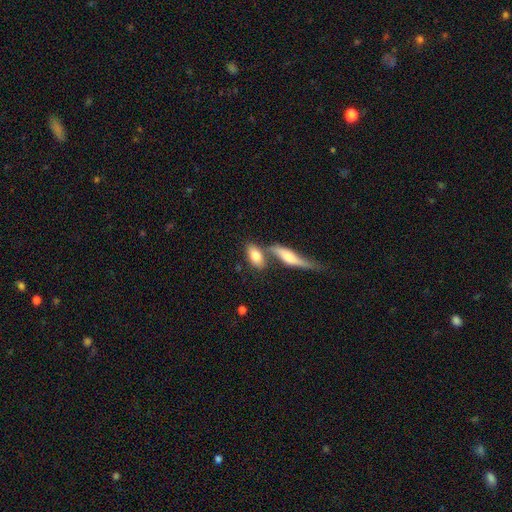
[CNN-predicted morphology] Smooth or featured: smooth — 75% (featured or disk — 19%)
How rounded: in between — 86% (cigar-shaped — 10%)
Merging: none — 48% (merger — 35%)